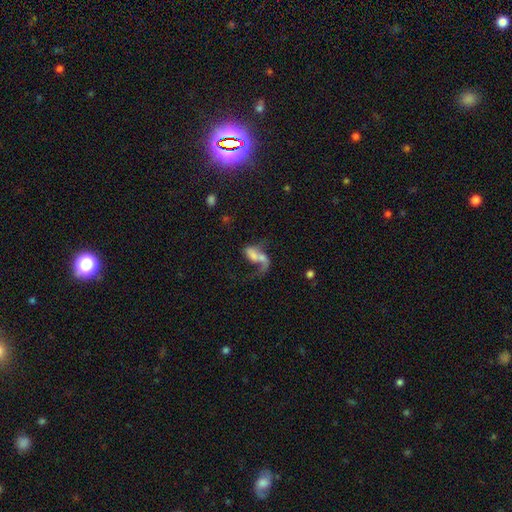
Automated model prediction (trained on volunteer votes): A featured or disk galaxy (51%).

Vote fractions:
- Smooth or featured? featured or disk: 51% / smooth: 38% / star or artifact: 11%
- Edge-on disk? no: 95% / yes: 5%
- Merging? merger: 52% / major disturbance: 25% / none: 15% / minor disturbance: 8%